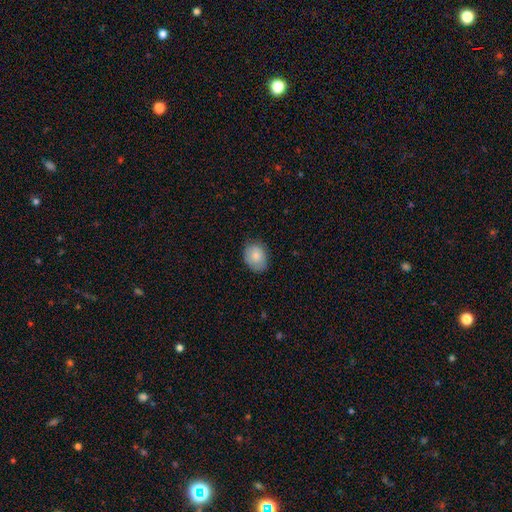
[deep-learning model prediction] smooth-or-featured: smooth: 83% | featured or disk: 10% | star or artifact: 7%
  how-rounded: in between: 62% | round: 37% | cigar-shaped: 1%
  merging: none: 79% | minor disturbance: 17% | major disturbance: 3% | merger: 1%